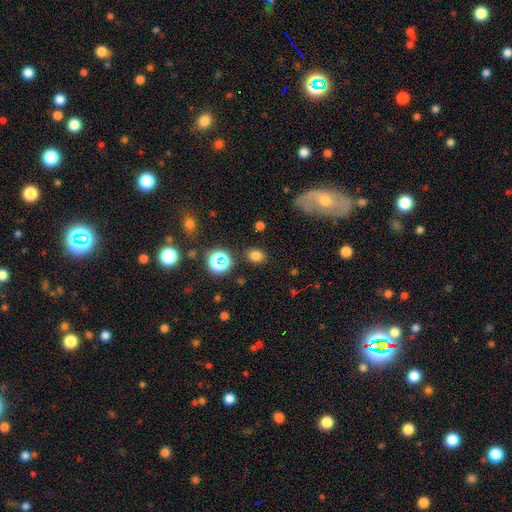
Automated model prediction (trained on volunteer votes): Smooth or featured? Predicted: smooth (p=0.76). How rounded? Predicted: round (p=0.50). Merging? Predicted: none (p=0.85).